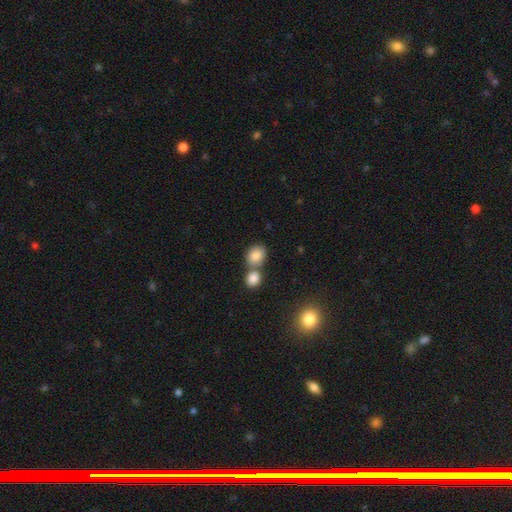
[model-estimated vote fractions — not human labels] Smooth or featured? Predicted: smooth (p=0.83). How rounded? Predicted: round (p=0.56). Merging? Predicted: none (p=0.45).